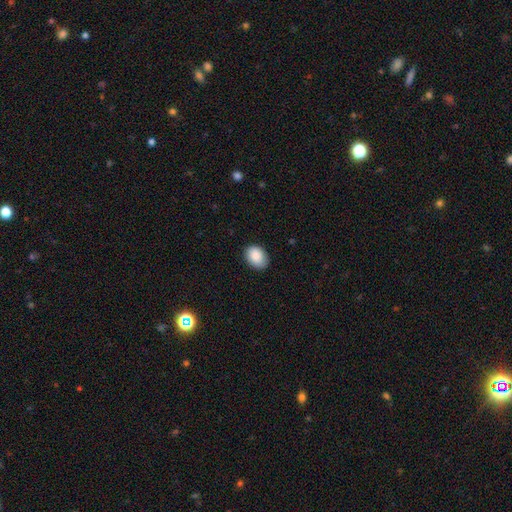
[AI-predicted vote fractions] Q: Smooth or featured?
A: smooth (89%); runner-up: star or artifact (7%)
Q: How rounded?
A: in between (72%); runner-up: round (27%)
Q: Merging?
A: none (81%); runner-up: minor disturbance (16%)